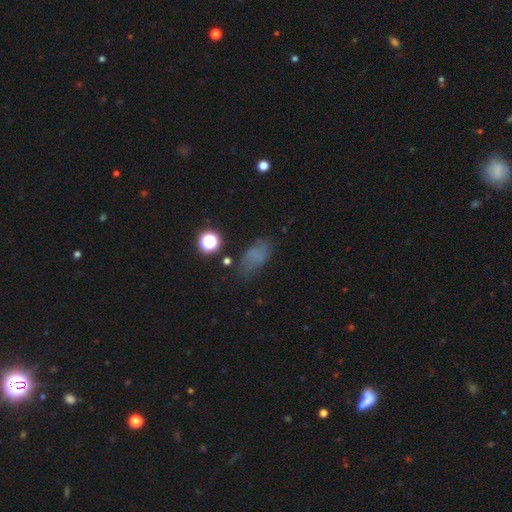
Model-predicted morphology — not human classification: type=smooth (62%); roundness=in between (85%); merging=none (63%).